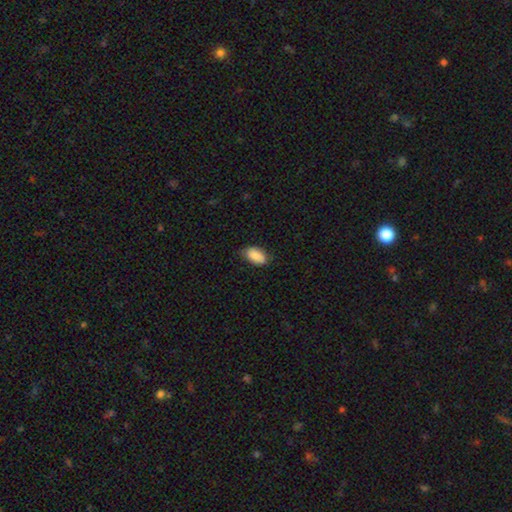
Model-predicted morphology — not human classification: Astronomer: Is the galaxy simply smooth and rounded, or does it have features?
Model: smooth — 87%.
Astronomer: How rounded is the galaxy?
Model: in between — 94%.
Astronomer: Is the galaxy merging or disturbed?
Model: none — 72%.